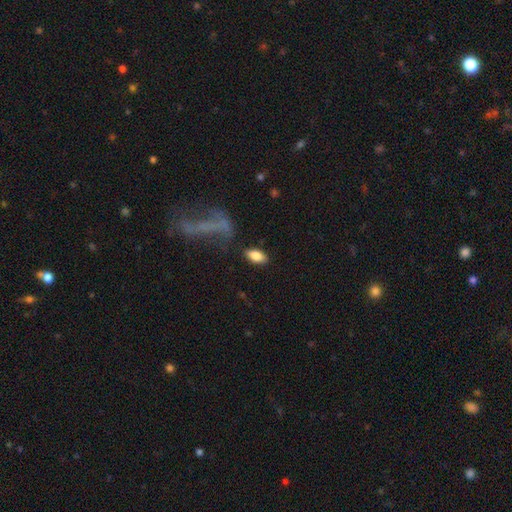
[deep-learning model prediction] The model was most divided on "smooth or featured": smooth: 82%, featured or disk: 10%, star or artifact: 7%. More confident: how rounded — in between (91%); merging — none (84%).